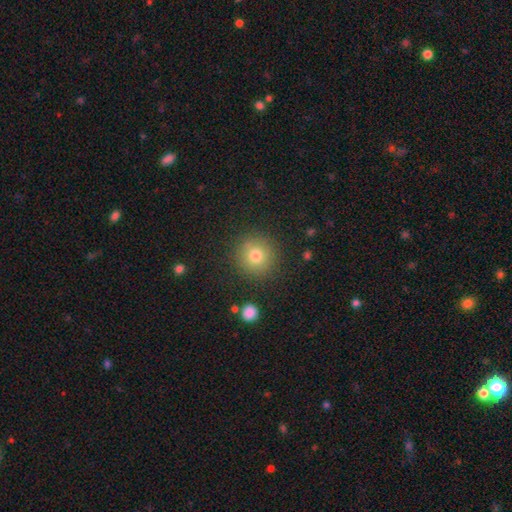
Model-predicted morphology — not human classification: smooth 77%, star or artifact 13%, featured or disk 10%. Down the decision tree: how rounded — round (94%); merging — none (88%).